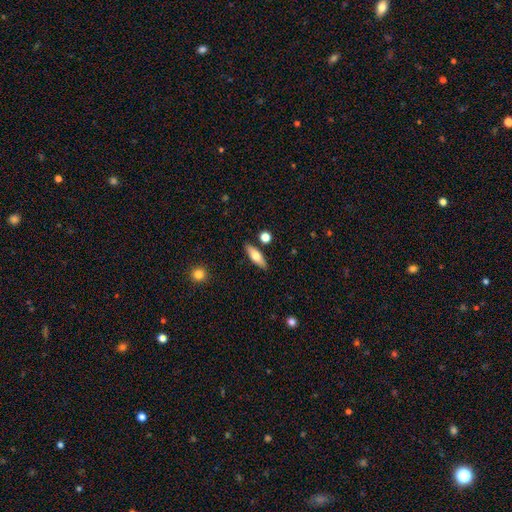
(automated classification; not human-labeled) Smooth or featured? Predicted: smooth (p=0.61). How rounded? Predicted: in between (p=0.53). Merging? Predicted: none (p=0.85).